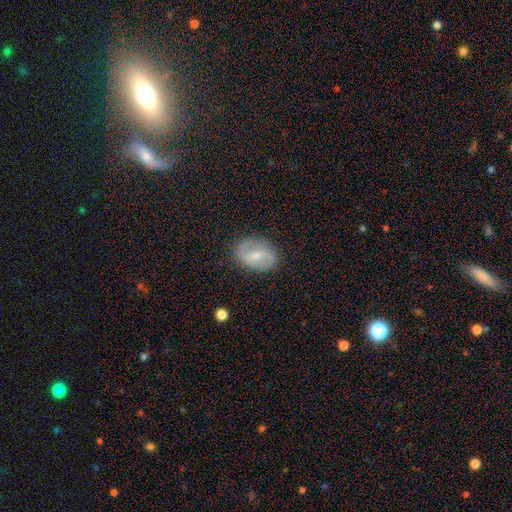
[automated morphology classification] Smooth or featured?
  - featured or disk: 62% *
  - smooth: 31%
  - star or artifact: 7%
Edge-on disk?
  - no: 97% *
  - yes: 3%
Bar?
  - weak: 55% *
  - strong: 25%
  - no: 21%
Spiral arms?
  - yes: 83% *
  - no: 17%
Bulge size?
  - small: 52% *
  - moderate: 38%
  - none: 7%
  - large: 2%
  - dominant: 1%
Merging?
  - none: 82% *
  - minor disturbance: 13%
  - major disturbance: 4%
  - merger: 1%